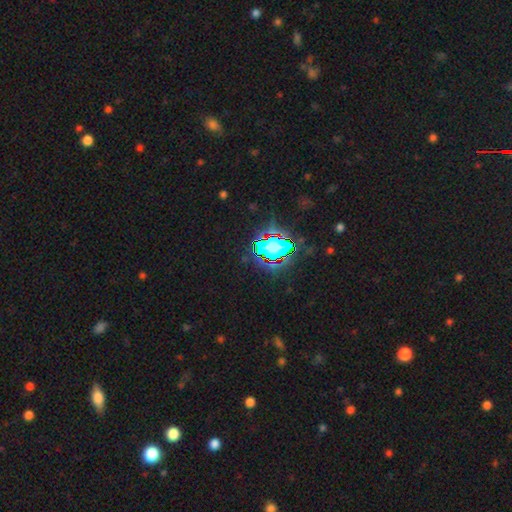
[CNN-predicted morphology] smooth-or-featured: star or artifact: 82% | smooth: 11% | featured or disk: 7%